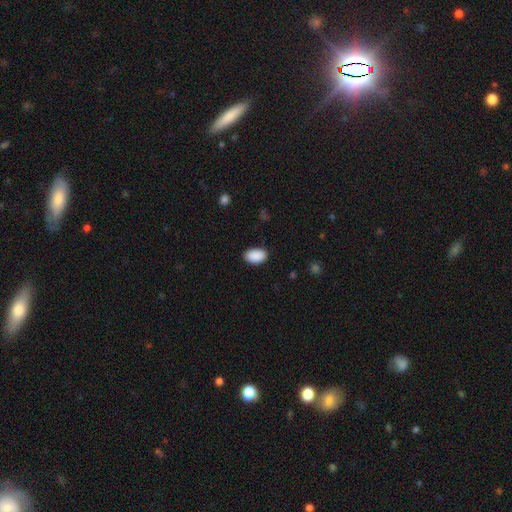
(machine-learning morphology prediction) A smooth galaxy with no disk features (91%) that is in between round and cigar-shaped (92%). Merging: none (87%).